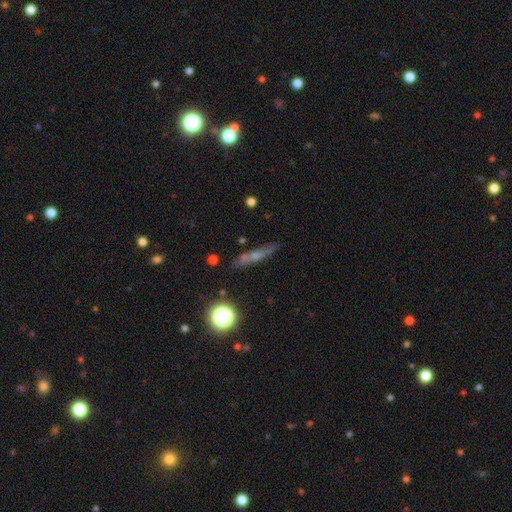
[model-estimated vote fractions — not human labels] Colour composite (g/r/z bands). It shows a featured or disk galaxy (45%). Merging: none (82%).